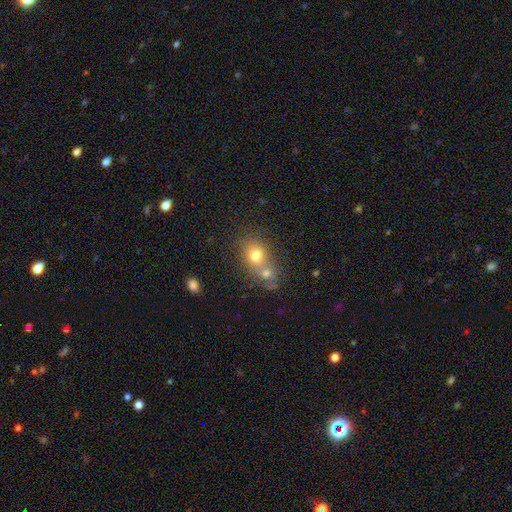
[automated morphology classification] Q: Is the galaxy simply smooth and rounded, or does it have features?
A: smooth — 72%.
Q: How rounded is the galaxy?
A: round — 60%.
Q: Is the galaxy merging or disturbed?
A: merger — 56%.